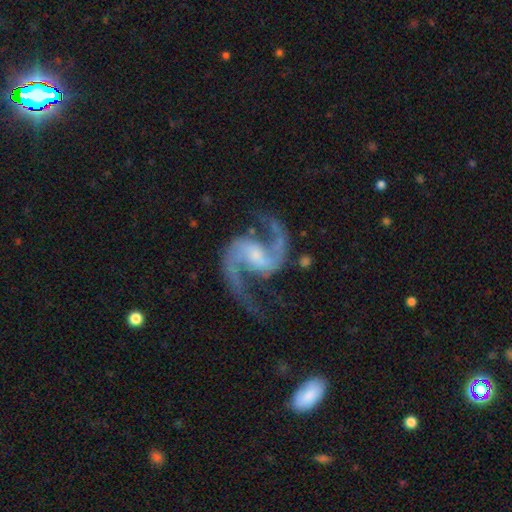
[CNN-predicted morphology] This appears to be a featured or disk galaxy (94%) with a weak bar (46%), 2 (95%) medium (48%) spiral arms (99%) and a small central bulge (48%). Merging: none (76%).